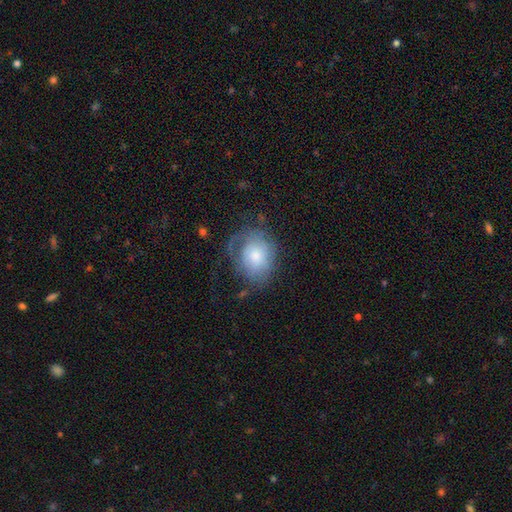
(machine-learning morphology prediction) smooth 52%, featured or disk 40%, star or artifact 8%. Down the decision tree: how rounded — in between (50%); merging — none (46%).